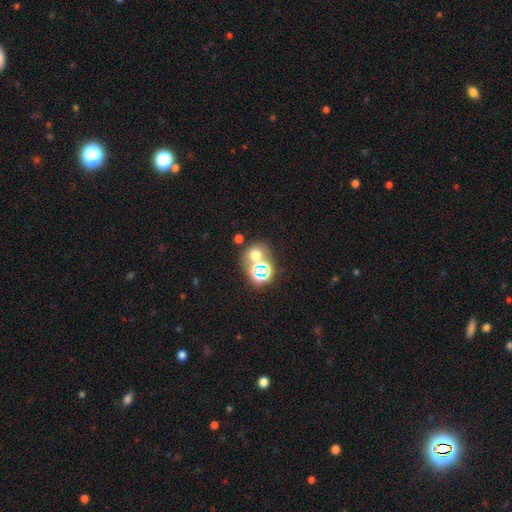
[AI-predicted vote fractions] A smooth galaxy with no disk features (56%) that is round (72%).

Vote fractions:
- Smooth or featured? smooth: 56% / star or artifact: 32% / featured or disk: 12%
- How rounded? round: 72% / in between: 27% / cigar-shaped: 1%
- Merging? none: 56% / merger: 31% / minor disturbance: 8% / major disturbance: 5%